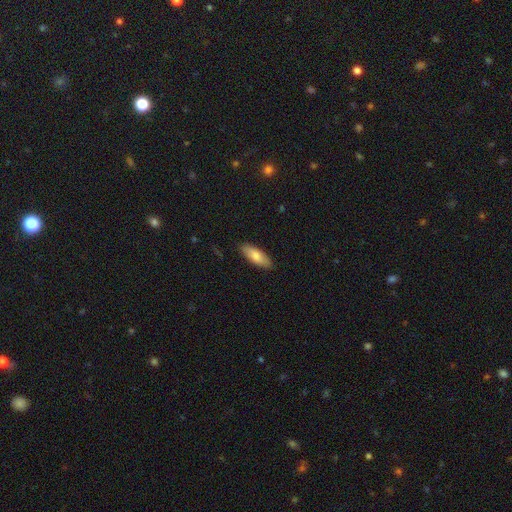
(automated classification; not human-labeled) smooth 79%, featured or disk 15%, star or artifact 6%. Down the decision tree: how rounded — in between (65%); merging — none (87%).